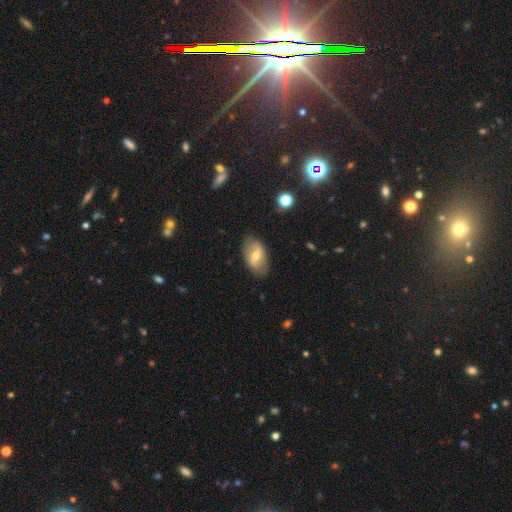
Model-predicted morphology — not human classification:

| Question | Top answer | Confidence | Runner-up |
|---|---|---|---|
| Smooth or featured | smooth | 48% | featured or disk (45%) |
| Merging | none | 82% | minor disturbance (13%) |